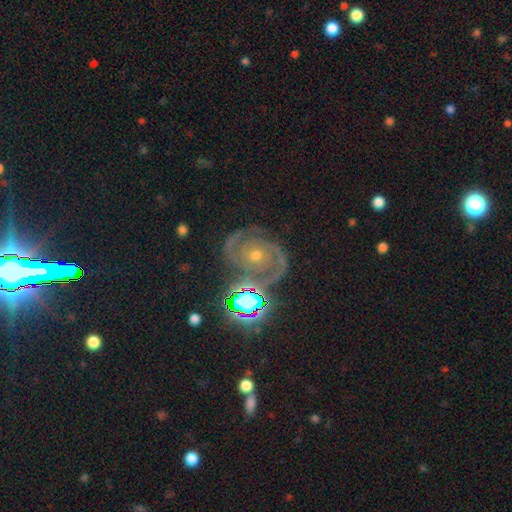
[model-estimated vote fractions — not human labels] Smooth or featured? Predicted: featured or disk (p=0.84). Edge-on disk? Predicted: no (p=0.98). Bar? Predicted: no (p=0.72). Spiral arms? Predicted: yes (p=0.97). Spiral winding? Predicted: tight (p=0.54). Spiral arm count? Predicted: 2 (p=0.77). Bulge size? Predicted: moderate (p=0.48). Merging? Predicted: none (p=0.76).